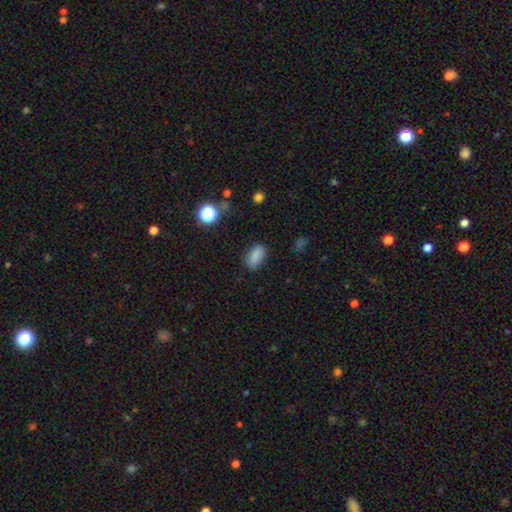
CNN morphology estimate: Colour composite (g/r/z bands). It shows a smooth galaxy with no disk features (85%) that is in between round and cigar-shaped (90%). Merging: none (82%).